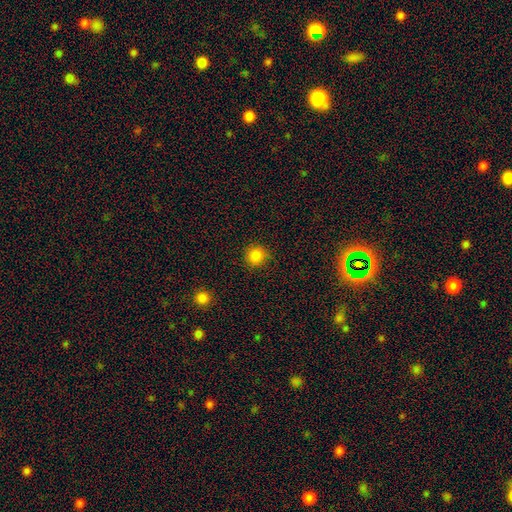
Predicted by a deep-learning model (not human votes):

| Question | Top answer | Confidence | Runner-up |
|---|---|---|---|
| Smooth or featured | smooth | 85% | star or artifact (12%) |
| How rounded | round | 93% | in between (6%) |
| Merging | none | 87% | minor disturbance (9%) |